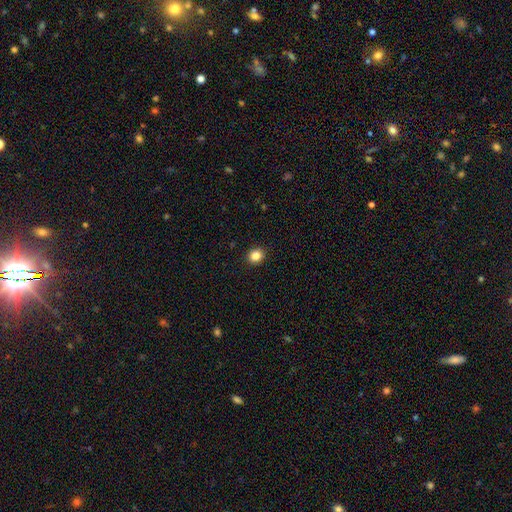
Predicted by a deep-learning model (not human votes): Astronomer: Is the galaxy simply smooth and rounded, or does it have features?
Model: smooth — 85%.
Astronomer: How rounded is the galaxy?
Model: round — 78%.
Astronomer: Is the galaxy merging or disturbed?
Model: none — 92%.